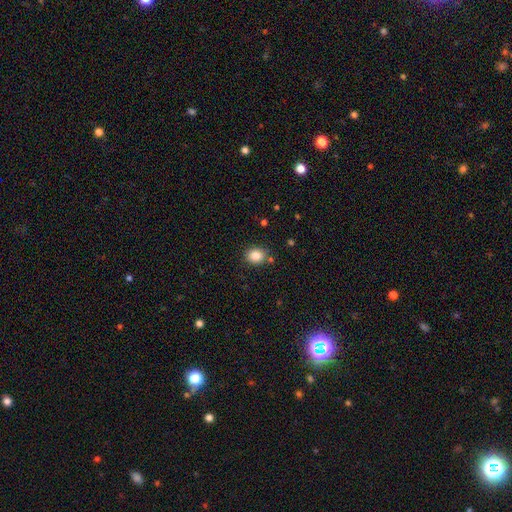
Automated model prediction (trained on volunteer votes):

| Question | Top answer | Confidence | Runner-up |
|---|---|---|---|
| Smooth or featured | smooth | 85% | star or artifact (10%) |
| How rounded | round | 64% | in between (35%) |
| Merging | none | 84% | minor disturbance (10%) |